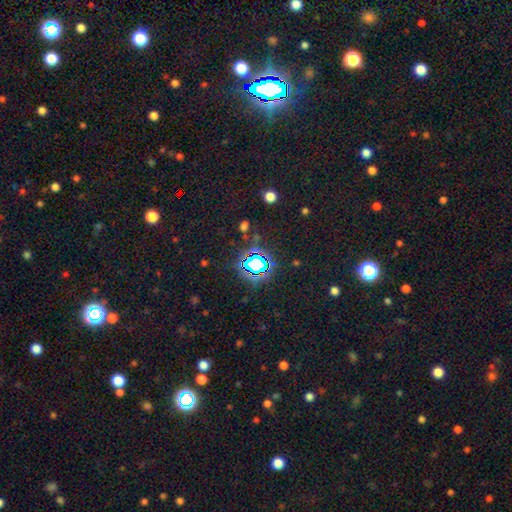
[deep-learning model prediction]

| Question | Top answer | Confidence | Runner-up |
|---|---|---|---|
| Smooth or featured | star or artifact | 71% | smooth (19%) |